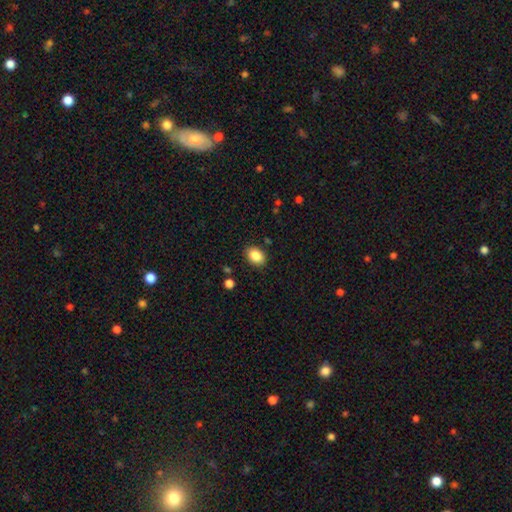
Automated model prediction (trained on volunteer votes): A smooth galaxy with no disk features (86%) that is in between round and cigar-shaped (72%). Merging: none (87%).